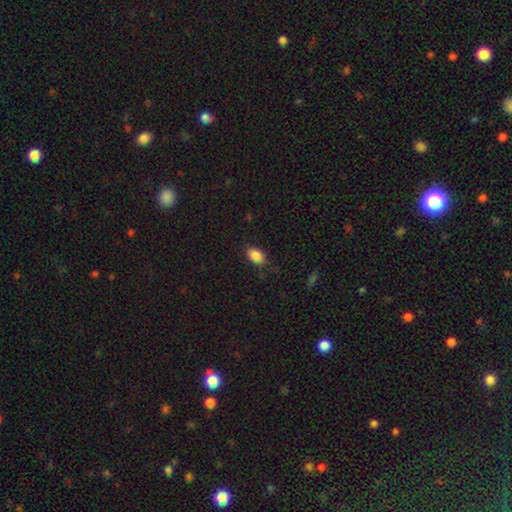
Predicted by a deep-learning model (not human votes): Morphology: type=smooth (88%); roundness=in between (87%); merging=none (82%).